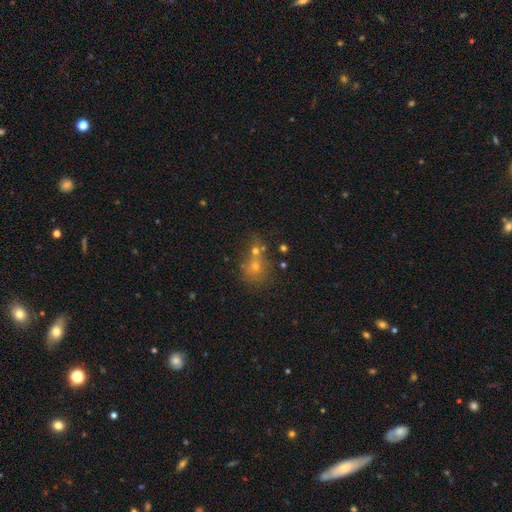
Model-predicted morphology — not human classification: Smooth or featured?
  - smooth: 54% *
  - star or artifact: 29%
  - featured or disk: 16%
How rounded?
  - round: 82% *
  - in between: 17%
  - cigar-shaped: 1%
Merging?
  - none: 47% *
  - merger: 41%
  - minor disturbance: 8%
  - major disturbance: 4%